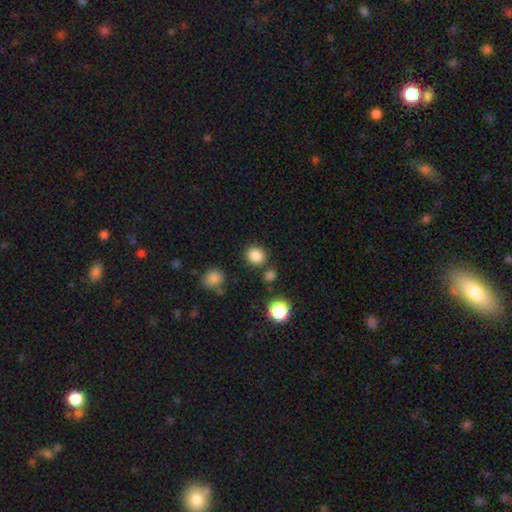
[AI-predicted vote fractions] Smooth or featured: smooth — 84% (star or artifact — 12%)
How rounded: round — 78% (in between — 21%)
Merging: none — 81% (minor disturbance — 9%)